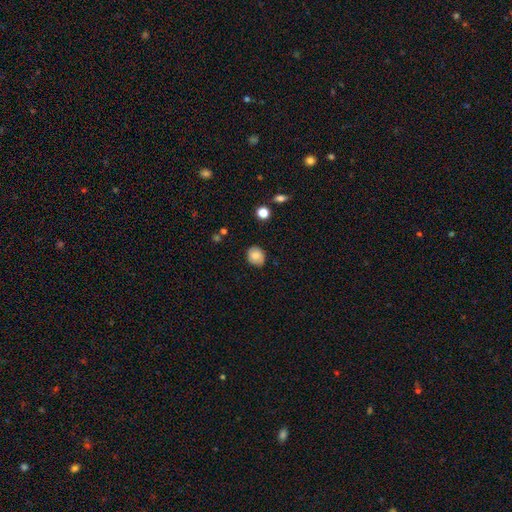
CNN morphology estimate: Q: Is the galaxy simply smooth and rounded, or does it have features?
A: smooth — 80%.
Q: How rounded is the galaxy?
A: round — 60%.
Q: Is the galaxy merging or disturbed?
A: none — 77%.